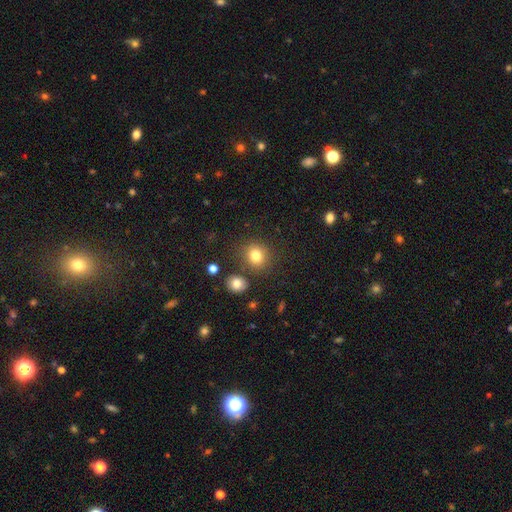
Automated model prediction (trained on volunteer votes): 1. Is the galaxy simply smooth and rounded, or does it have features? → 81% smooth, 12% star or artifact, 7% featured or disk.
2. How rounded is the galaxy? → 76% round, 23% in between, 1% cigar-shaped.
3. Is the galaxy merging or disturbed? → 81% none, 10% minor disturbance, 6% merger, 4% major disturbance.